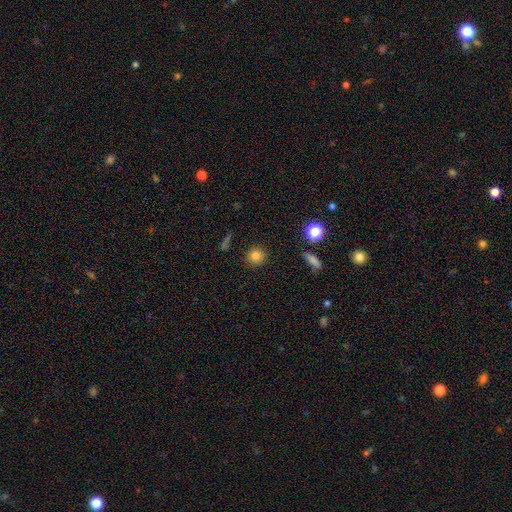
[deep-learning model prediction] A smooth galaxy with no disk features (81%) that is round (90%). Merging: none (89%).